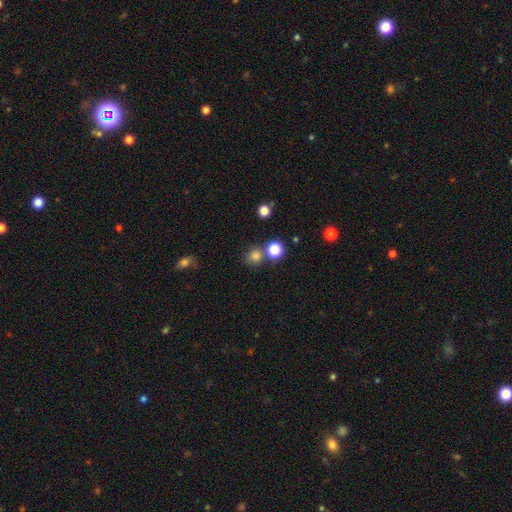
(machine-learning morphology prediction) This appears to be a smooth galaxy with no disk features (78%) that is round (86%). Merging: none (68%).